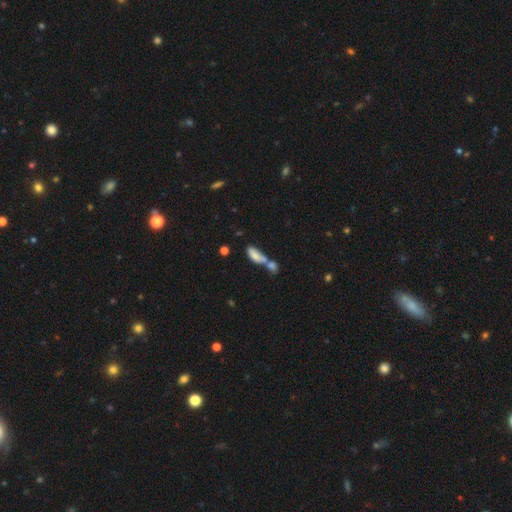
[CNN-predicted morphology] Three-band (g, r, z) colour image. It shows a smooth galaxy with no disk features (73%) that is in between round and cigar-shaped (70%). Merging: merger (65%).